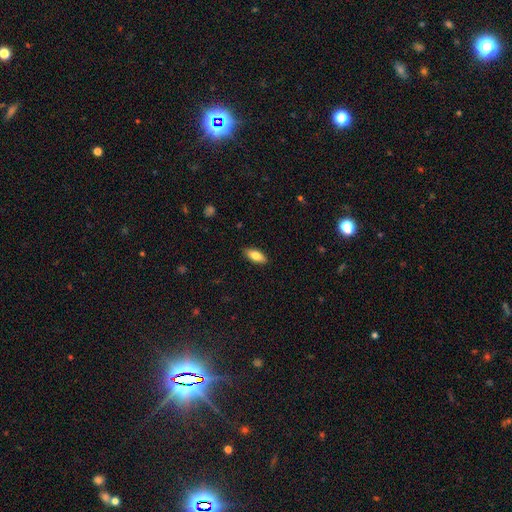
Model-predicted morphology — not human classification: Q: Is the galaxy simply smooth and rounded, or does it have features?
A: smooth — 82%.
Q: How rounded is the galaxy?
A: in between — 82%.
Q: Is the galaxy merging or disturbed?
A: none — 89%.